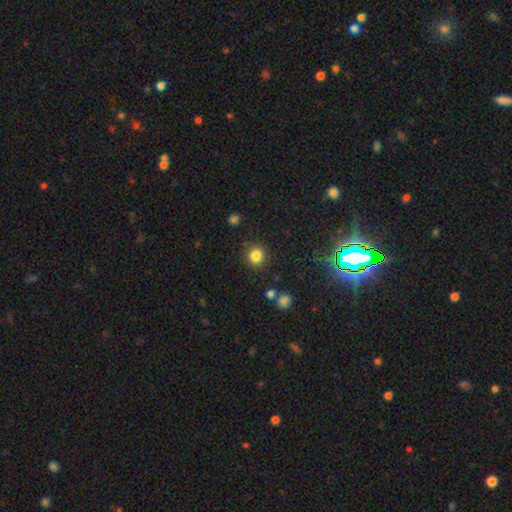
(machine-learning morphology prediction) smooth-or-featured: smooth: 83% | star or artifact: 12% | featured or disk: 5%
  how-rounded: round: 91% | in between: 8% | cigar-shaped: 1%
  merging: none: 87% | minor disturbance: 7% | major disturbance: 3% | merger: 3%